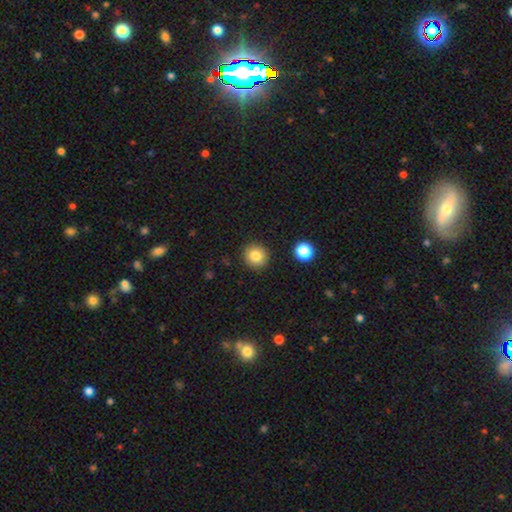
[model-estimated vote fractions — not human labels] Q: Smooth or featured?
A: smooth (83%); runner-up: star or artifact (11%)
Q: How rounded?
A: round (91%); runner-up: in between (8%)
Q: Merging?
A: none (90%); runner-up: minor disturbance (6%)